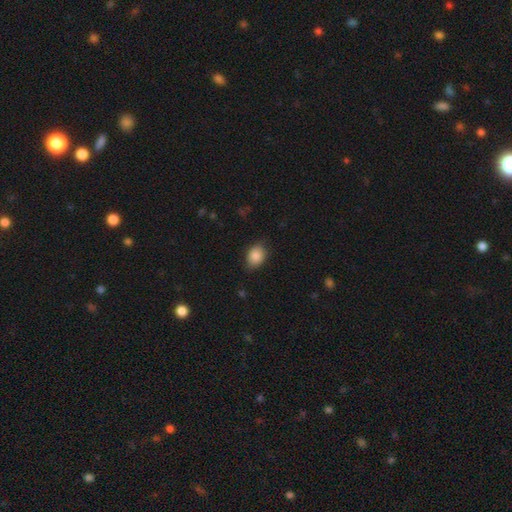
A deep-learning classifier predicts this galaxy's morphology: type=smooth (87%); roundness=in between (71%); merging=none (79%).